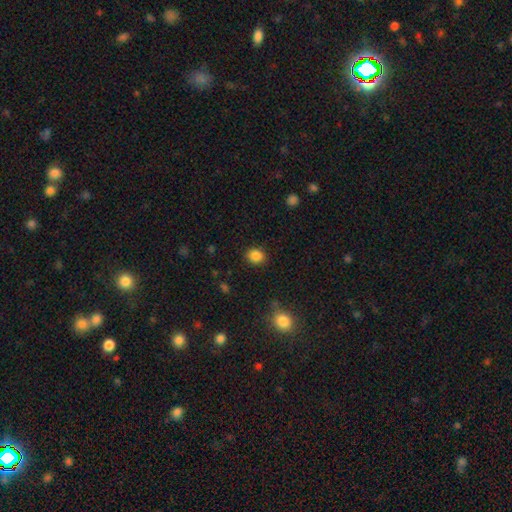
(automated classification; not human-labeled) This is clearly a smooth galaxy (86%). How rounded: likely round (68%). Merging: clearly none (87%).